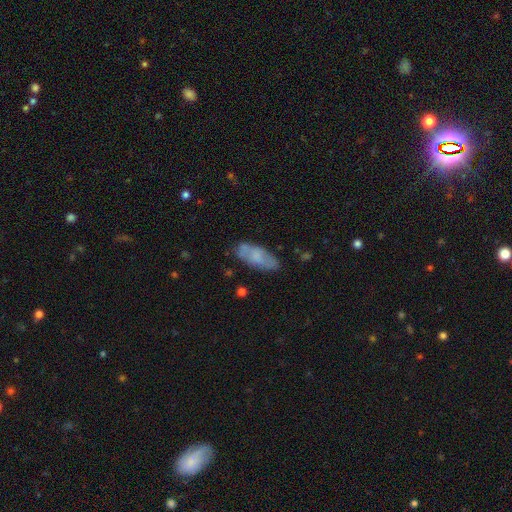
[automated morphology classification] Q: Smooth or featured?
A: smooth (63%); runner-up: featured or disk (29%)
Q: How rounded?
A: in between (78%); runner-up: cigar-shaped (20%)
Q: Merging?
A: none (67%); runner-up: minor disturbance (22%)